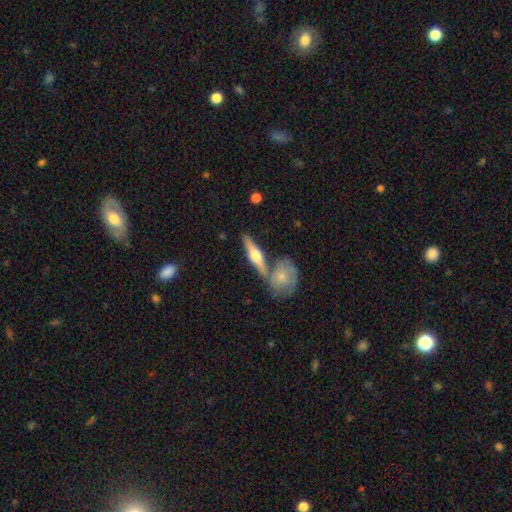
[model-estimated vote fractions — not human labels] The model was most divided on "smooth or featured": featured or disk: 66%, smooth: 29%, star or artifact: 5%. More confident: edge-on disk — yes (94%); edge-on bulge — rounded (94%); merging — none (68%).